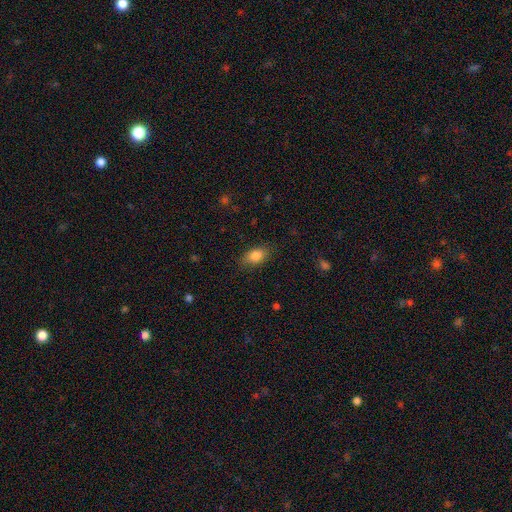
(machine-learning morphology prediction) The model was most divided on "merging": none: 85%, minor disturbance: 11%, major disturbance: 3%, merger: 1%. More confident: how rounded — in between (88%); smooth or featured — smooth (85%).